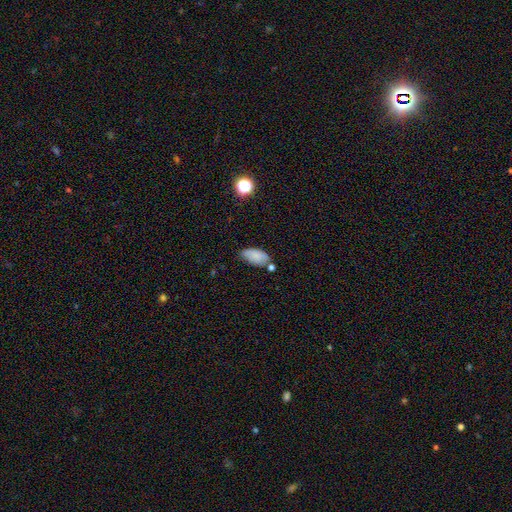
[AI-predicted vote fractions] smooth_or_featured: smooth (p=0.77) [alt: featured or disk p=0.13]
how_rounded: in between (p=0.92) [alt: round p=0.04]
merging: none (p=0.53) [alt: minor disturbance p=0.30]